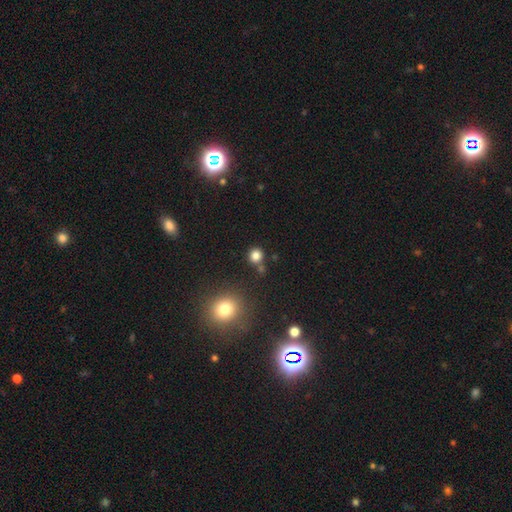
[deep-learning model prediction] Smooth or featured?
  - smooth: 81% *
  - star or artifact: 14%
  - featured or disk: 4%
How rounded?
  - round: 91% *
  - in between: 8%
  - cigar-shaped: 1%
Merging?
  - none: 77% *
  - merger: 11%
  - minor disturbance: 9%
  - major disturbance: 3%